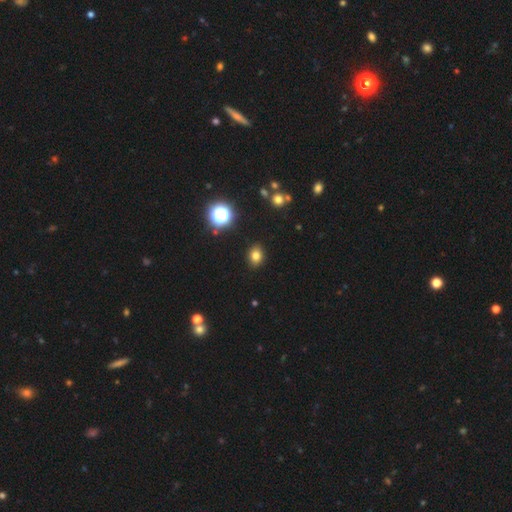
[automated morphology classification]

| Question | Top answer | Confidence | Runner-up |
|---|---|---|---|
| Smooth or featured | smooth | 78% | star or artifact (15%) |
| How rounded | in between | 56% | round (43%) |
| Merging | none | 89% | minor disturbance (7%) |